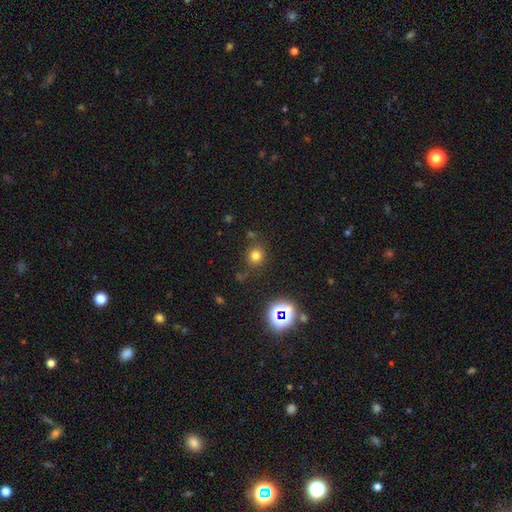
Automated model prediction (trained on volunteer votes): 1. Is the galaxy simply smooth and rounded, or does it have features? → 73% smooth, 21% star or artifact, 7% featured or disk.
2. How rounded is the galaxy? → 86% round, 13% in between, 1% cigar-shaped.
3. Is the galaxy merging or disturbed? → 79% none, 11% minor disturbance, 6% merger, 4% major disturbance.